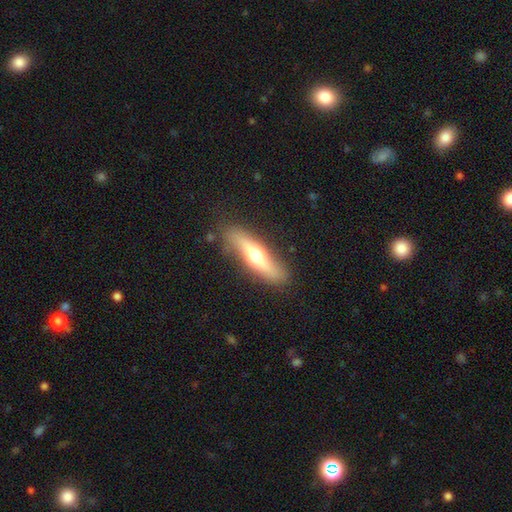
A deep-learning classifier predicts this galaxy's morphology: A featured or disk galaxy (52%) viewed edge-on (74%). Merging: none (82%).